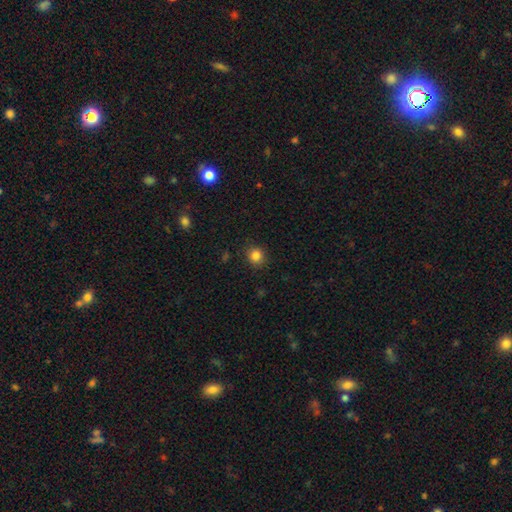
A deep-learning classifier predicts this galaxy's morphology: Smooth or featured: smooth — 84% (star or artifact — 12%)
How rounded: round — 85% (in between — 14%)
Merging: none — 88% (minor disturbance — 8%)